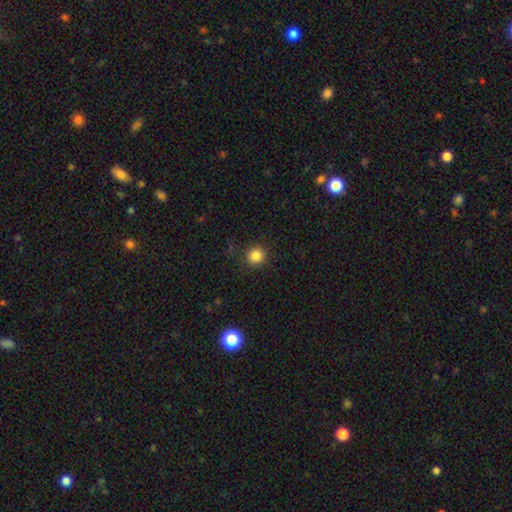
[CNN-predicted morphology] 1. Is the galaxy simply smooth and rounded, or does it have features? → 84% smooth, 12% star or artifact, 4% featured or disk.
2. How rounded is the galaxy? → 91% round, 8% in between, 1% cigar-shaped.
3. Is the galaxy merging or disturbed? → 87% none, 9% minor disturbance, 3% major disturbance, 1% merger.